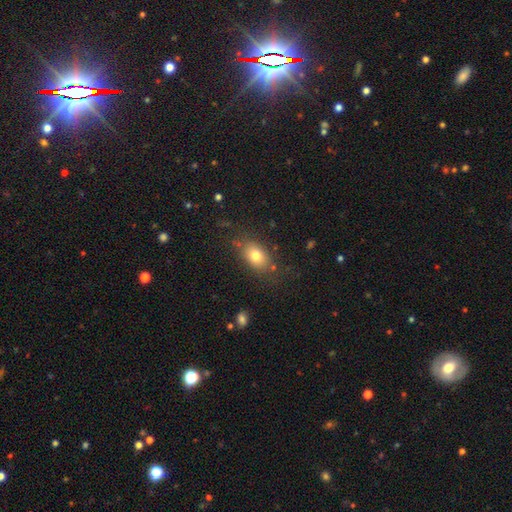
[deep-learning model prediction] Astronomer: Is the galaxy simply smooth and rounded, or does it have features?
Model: smooth — 78%.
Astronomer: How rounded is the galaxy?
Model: in between — 80%.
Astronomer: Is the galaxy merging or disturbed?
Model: none — 77%.